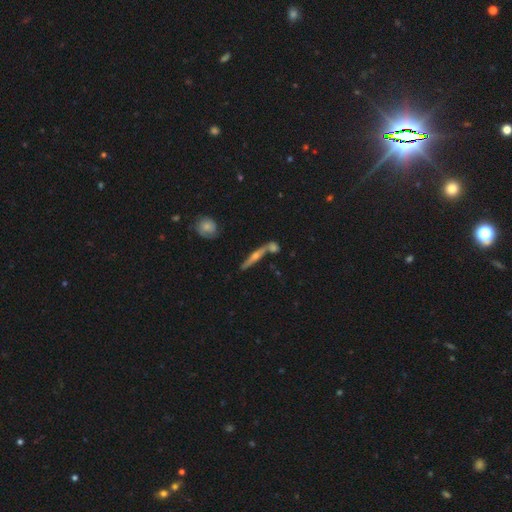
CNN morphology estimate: smooth-or-featured: featured or disk: 71% | smooth: 21% | star or artifact: 8%
  disk-edge-on: yes: 93% | no: 7%
    edge-on-bulge: rounded: 89% | none: 7% | boxy: 4%
  merging: none: 63% | merger: 22% | minor disturbance: 11% | major disturbance: 4%